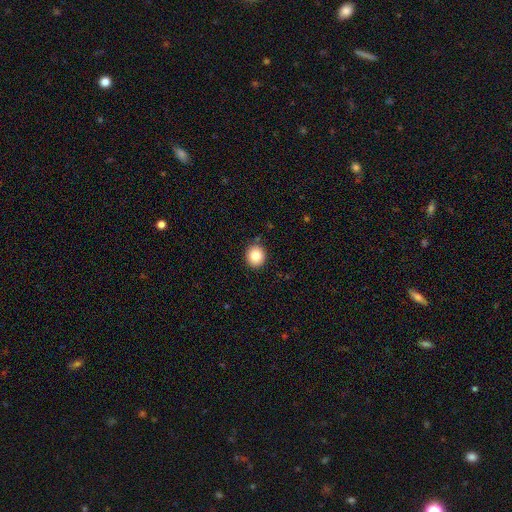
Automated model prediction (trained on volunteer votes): smooth-or-featured: smooth: 84% | star or artifact: 10% | featured or disk: 7%
  how-rounded: round: 85% | in between: 14% | cigar-shaped: 1%
  merging: none: 89% | minor disturbance: 7% | major disturbance: 2% | merger: 1%